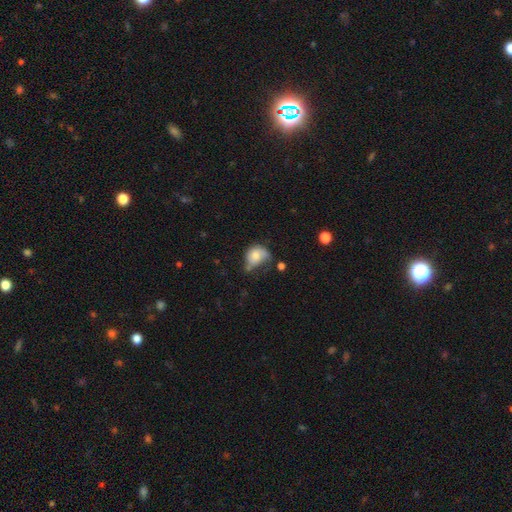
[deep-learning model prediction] Morphology: type=smooth (69%); roundness=in between (53%); merging=minor disturbance (36%).